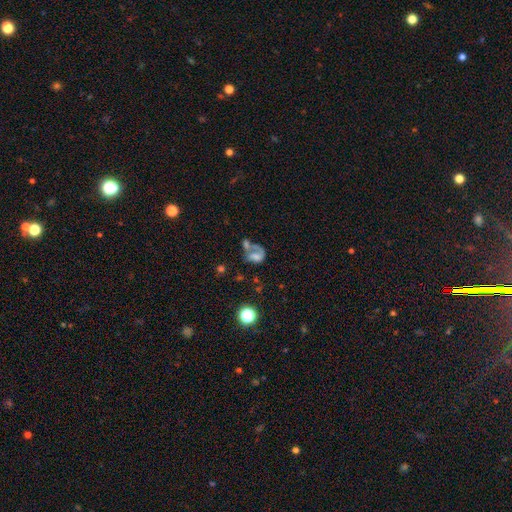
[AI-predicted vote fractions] Smooth or featured: featured or disk — 49% (smooth — 38%)
Merging: merger — 40% (major disturbance — 28%)